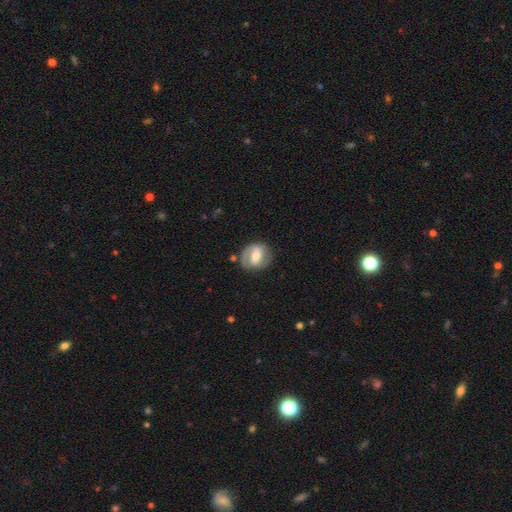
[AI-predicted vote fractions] Overall: featured or disk (66%; smooth 28%). Edge-on disk: no (97%). Bar: weak (43%; strong 38%). Spiral arms: yes (79%). Spiral arm count: 2 (75%). Spiral winding: medium (42%; tight 41%). Bulge size: moderate (63%; small 25%). Merging: none (77%).